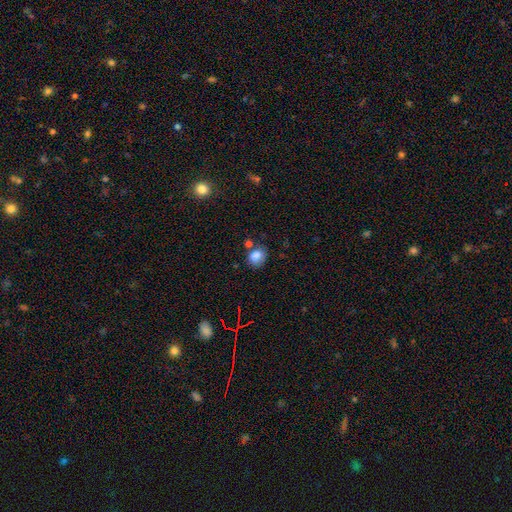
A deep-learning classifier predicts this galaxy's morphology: This appears to be a smooth galaxy with no disk features (82%) that is round (50%). Merging: none (60%).